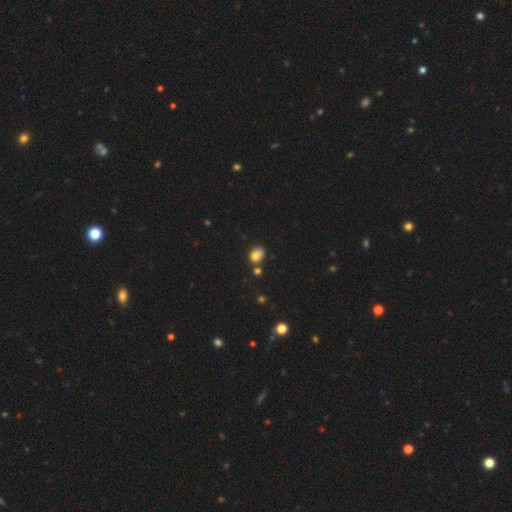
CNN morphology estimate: smooth_or_featured: smooth (p=0.80) [alt: star or artifact p=0.12]
how_rounded: in between (p=0.51) [alt: round p=0.47]
merging: none (p=0.66) [alt: minor disturbance p=0.17]